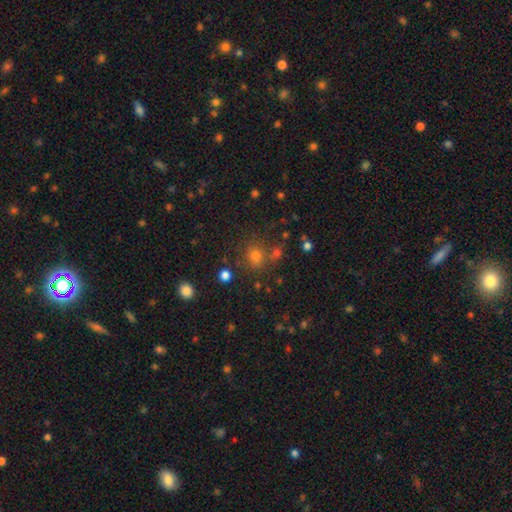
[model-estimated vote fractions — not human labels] Q: Smooth or featured?
A: smooth (67%); runner-up: star or artifact (24%)
Q: How rounded?
A: round (81%); runner-up: in between (18%)
Q: Merging?
A: none (70%); runner-up: merger (15%)